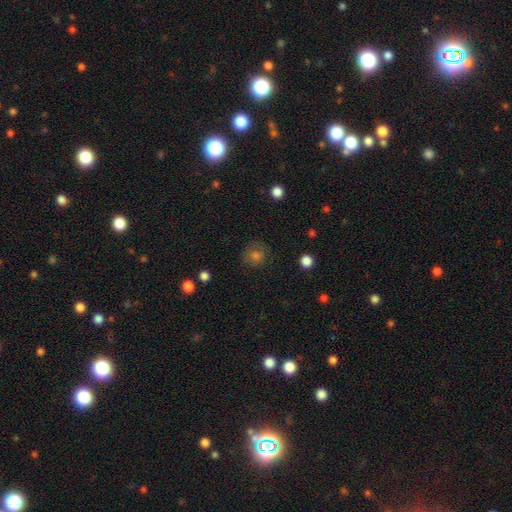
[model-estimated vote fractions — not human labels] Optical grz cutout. It shows a smooth galaxy with no disk features (72%) that is round (86%). Merging: none (79%).